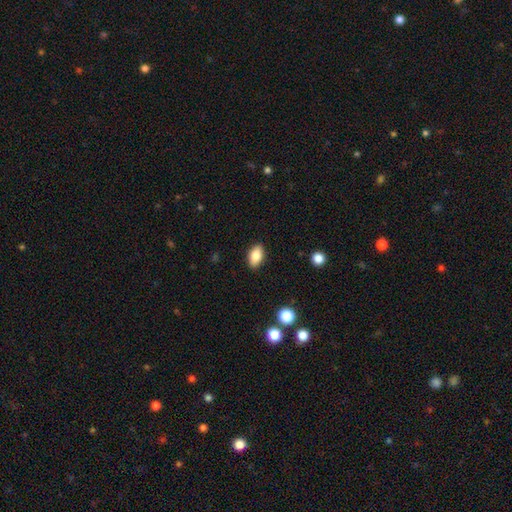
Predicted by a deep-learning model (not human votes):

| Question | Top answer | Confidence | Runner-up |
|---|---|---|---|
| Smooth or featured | smooth | 82% | featured or disk (10%) |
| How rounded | in between | 91% | round (6%) |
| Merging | none | 89% | minor disturbance (8%) |